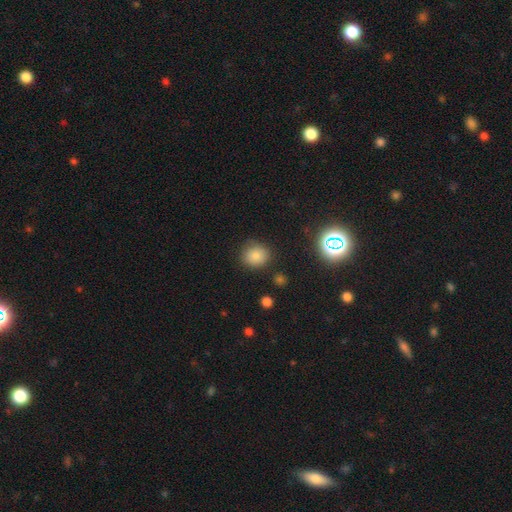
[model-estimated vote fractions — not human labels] The model was most divided on "smooth or featured": smooth: 78%, star or artifact: 15%, featured or disk: 8%. More confident: merging — none (84%); how rounded — round (83%).